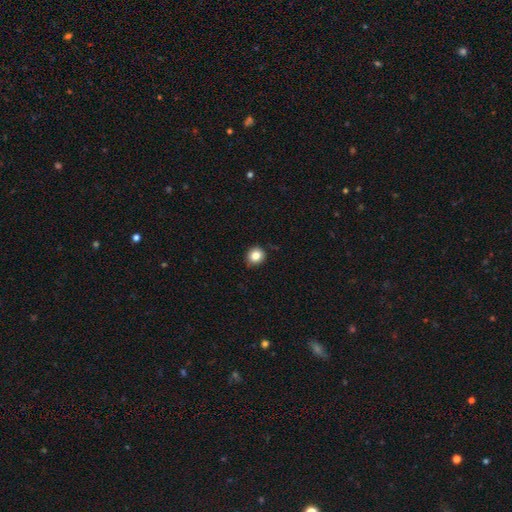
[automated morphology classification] Smooth or featured? smooth (84%)
How rounded? round (85%)
Merging? none (85%)